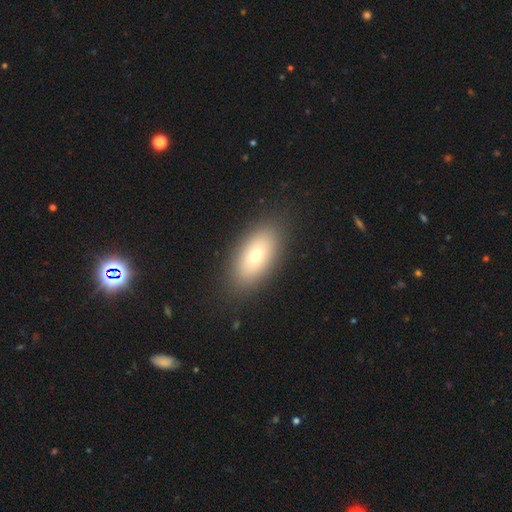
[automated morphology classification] type=smooth (74%); roundness=in between (89%); merging=none (87%).